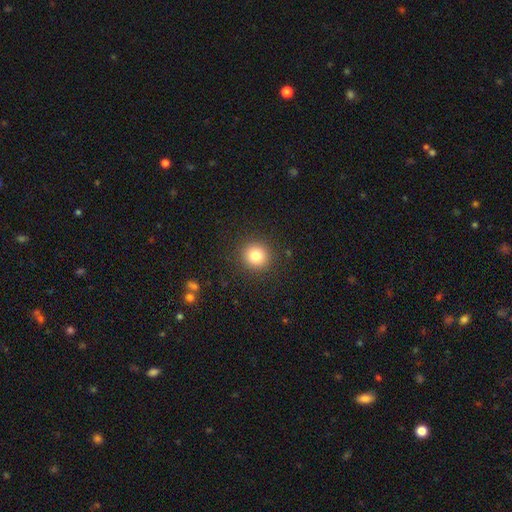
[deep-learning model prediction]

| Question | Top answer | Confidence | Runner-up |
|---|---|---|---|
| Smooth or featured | smooth | 81% | star or artifact (12%) |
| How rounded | round | 92% | in between (7%) |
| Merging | none | 91% | minor disturbance (6%) |